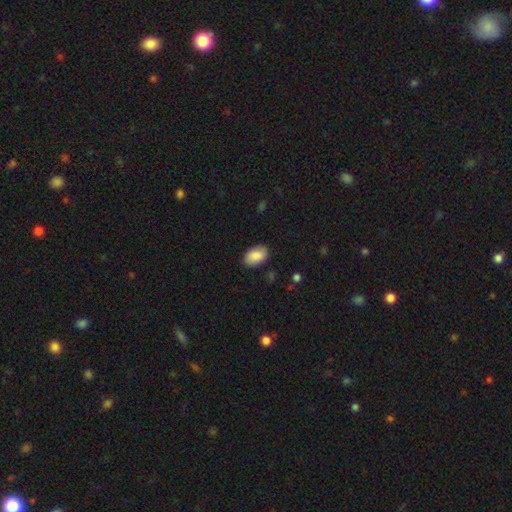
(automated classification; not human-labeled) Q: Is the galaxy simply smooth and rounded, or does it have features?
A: smooth — 85%.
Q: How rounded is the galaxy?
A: in between — 92%.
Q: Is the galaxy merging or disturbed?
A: none — 85%.